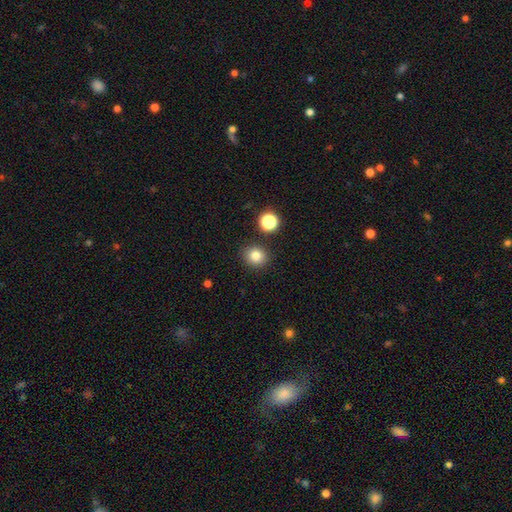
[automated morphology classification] Overall: smooth (81%). How rounded: round (81%). Merging: none (87%).